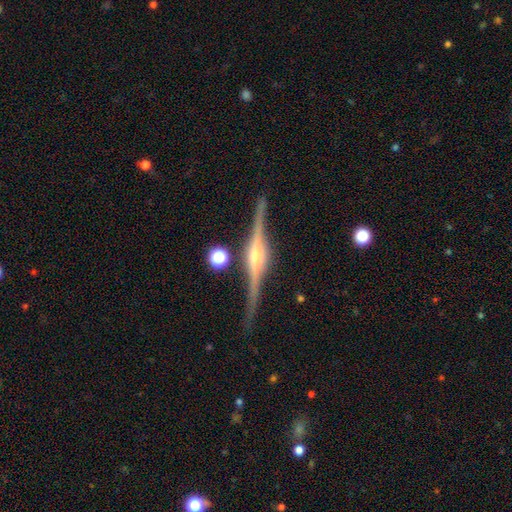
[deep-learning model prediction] smooth_or_featured: featured or disk (p=0.89) [alt: smooth p=0.06]
disk_edge_on: yes (p=0.98) [alt: no p=0.02]
edge_on_bulge: rounded (p=0.80) [alt: boxy p=0.17]
merging: none (p=0.87) [alt: minor disturbance p=0.09]